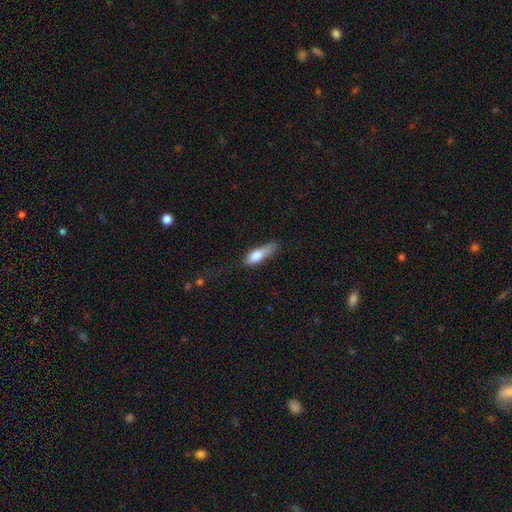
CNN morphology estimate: Smooth or featured? smooth (73%)
How rounded? in between (50%)
Merging? none (39%)